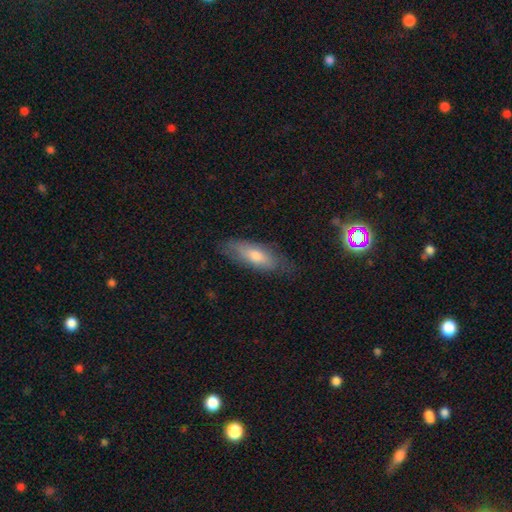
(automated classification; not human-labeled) smooth-or-featured: smooth: 63% | featured or disk: 30% | star or artifact: 7%
  how-rounded: in between: 58% | cigar-shaped: 40% | round: 2%
  merging: none: 72% | minor disturbance: 21% | major disturbance: 5% | merger: 1%